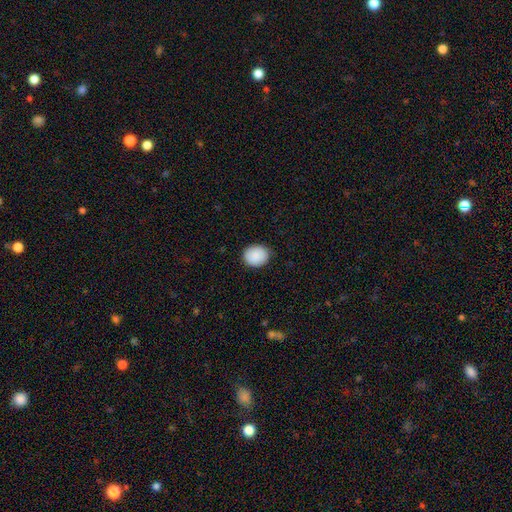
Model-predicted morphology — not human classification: A smooth galaxy with no disk features (89%) that is round (71%).

Vote fractions:
- Smooth or featured? smooth: 89% / star or artifact: 6% / featured or disk: 5%
- How rounded? round: 71% / in between: 28% / cigar-shaped: 1%
- Merging? none: 88% / minor disturbance: 9% / major disturbance: 2% / merger: 1%